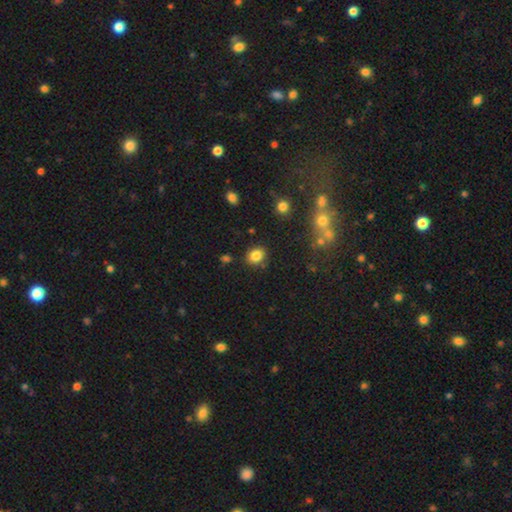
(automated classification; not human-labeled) smooth_or_featured: smooth (p=0.83) [alt: star or artifact p=0.11]
how_rounded: round (p=0.50) [alt: in between p=0.49]
merging: none (p=0.82) [alt: minor disturbance p=0.11]